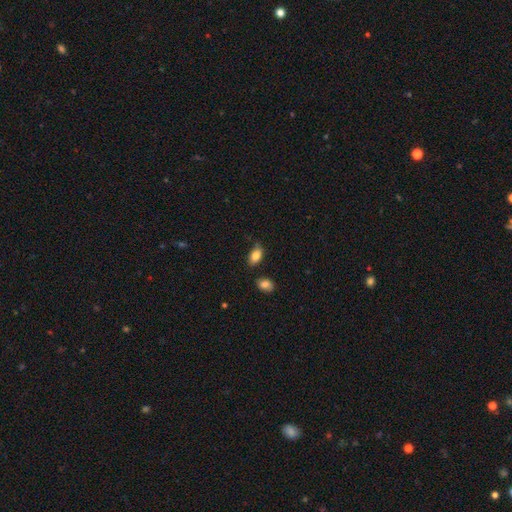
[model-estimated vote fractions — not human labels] Smooth or featured? Predicted: smooth (p=0.83). How rounded? Predicted: in between (p=0.91). Merging? Predicted: none (p=0.70).